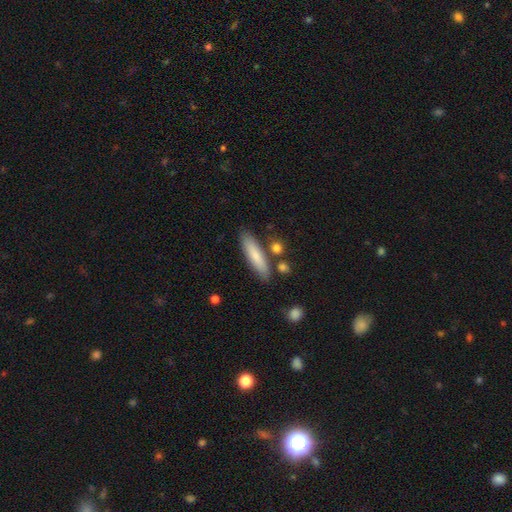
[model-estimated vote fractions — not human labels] Smooth or featured? smooth (77%)
How rounded? cigar-shaped (76%)
Merging? none (81%)